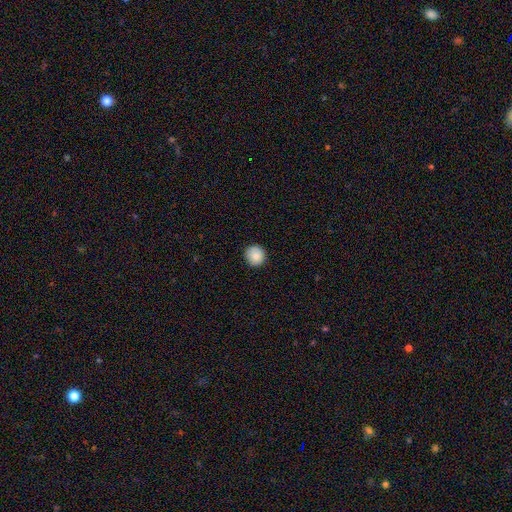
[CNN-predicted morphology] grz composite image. It shows a smooth galaxy with no disk features (86%) that is round (92%). Merging: none (89%).